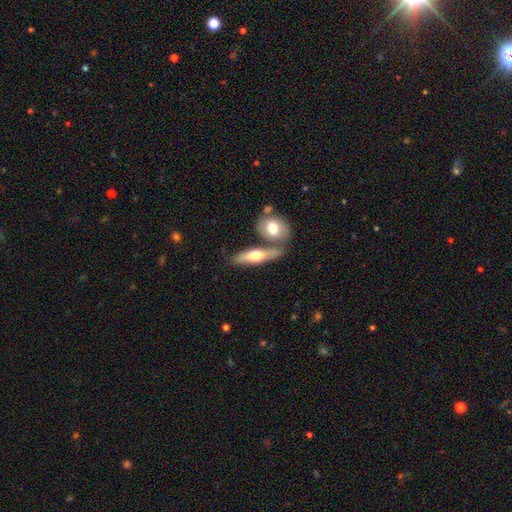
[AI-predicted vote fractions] Smooth or featured? Predicted: smooth (p=0.58). How rounded? Predicted: cigar-shaped (p=0.52). Merging? Predicted: none (p=0.54).